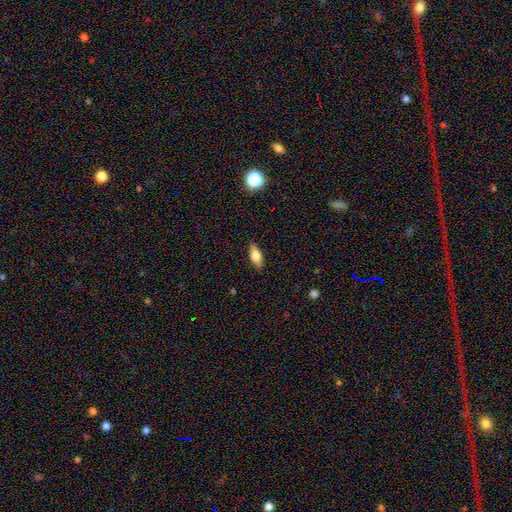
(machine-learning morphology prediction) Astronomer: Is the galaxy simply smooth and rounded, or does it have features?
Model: smooth — 70%.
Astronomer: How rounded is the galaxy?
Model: in between — 76%.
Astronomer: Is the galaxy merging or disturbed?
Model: none — 87%.